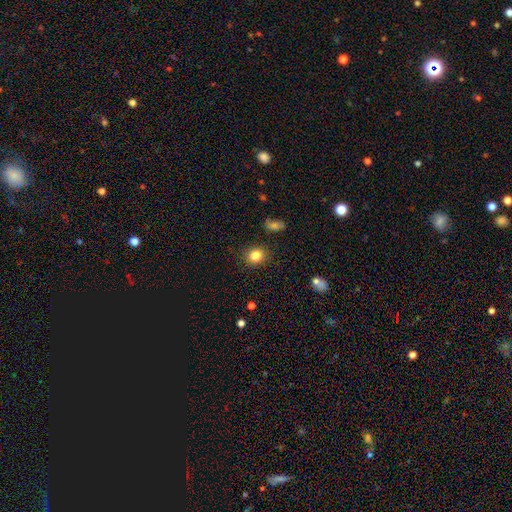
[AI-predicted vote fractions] Overall: smooth (84%). How rounded: round (69%; in between 30%). Merging: none (89%).